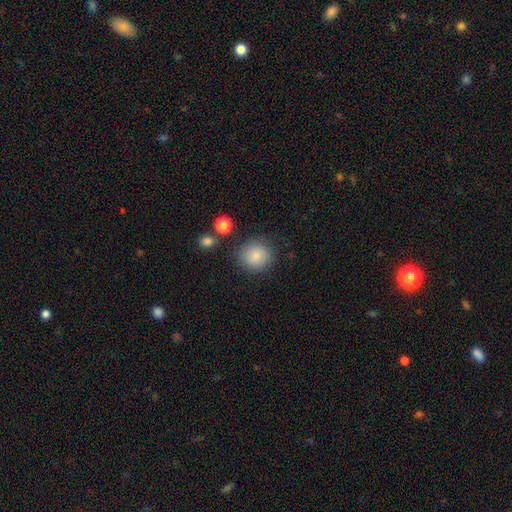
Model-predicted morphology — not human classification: Smooth or featured? Predicted: smooth (p=0.85). How rounded? Predicted: round (p=0.89). Merging? Predicted: none (p=0.84).